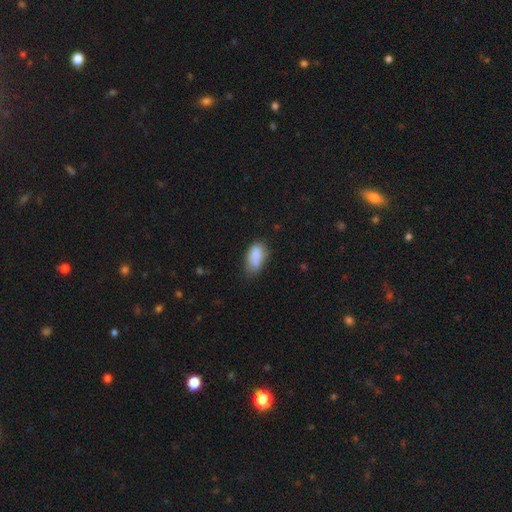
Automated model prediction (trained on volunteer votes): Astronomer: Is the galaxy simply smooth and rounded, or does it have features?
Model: smooth — 85%.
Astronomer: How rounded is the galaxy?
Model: in between — 91%.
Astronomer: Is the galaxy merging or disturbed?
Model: none — 50% (runner-up: minor disturbance, 37%).